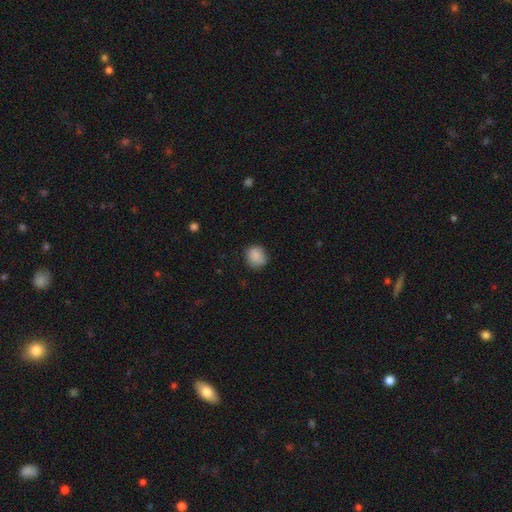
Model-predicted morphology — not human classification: smooth-or-featured: smooth: 87% | star or artifact: 9% | featured or disk: 5%
  how-rounded: round: 74% | in between: 25% | cigar-shaped: 1%
  merging: none: 74% | minor disturbance: 20% | major disturbance: 4% | merger: 1%